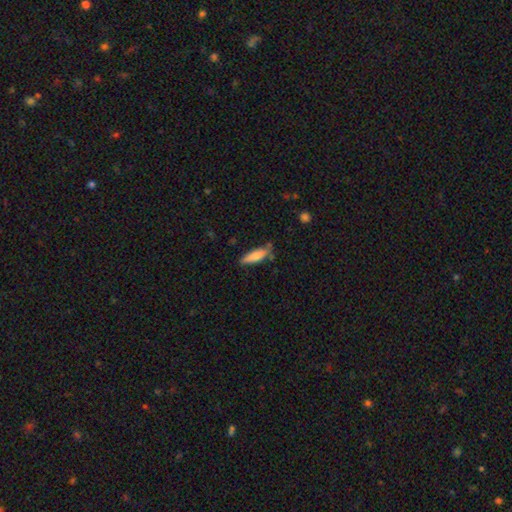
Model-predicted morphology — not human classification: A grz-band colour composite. It shows a smooth galaxy with no disk features (77%) that is cigar-shaped (56%). Merging: none (69%).